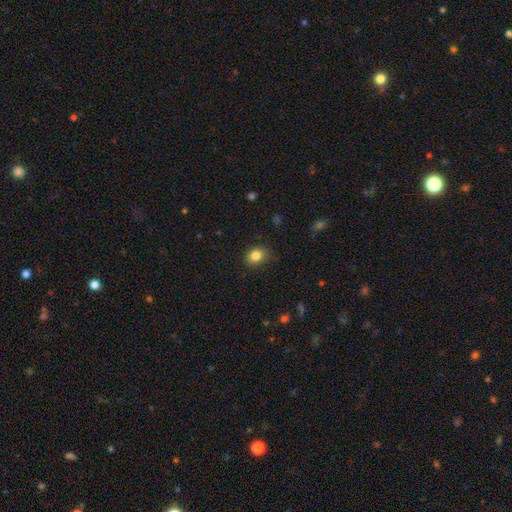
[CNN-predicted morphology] smooth_or_featured: smooth (p=0.84) [alt: star or artifact p=0.10]
how_rounded: round (p=0.51) [alt: in between p=0.48]
merging: none (p=0.81) [alt: minor disturbance p=0.15]